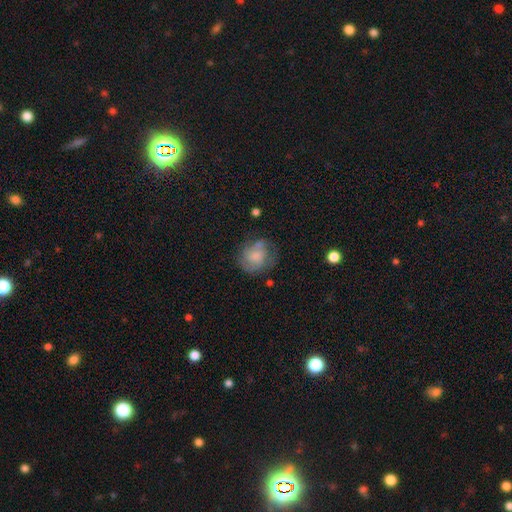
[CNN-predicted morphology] type=smooth (51%); roundness=round (70%); merging=none (56%).